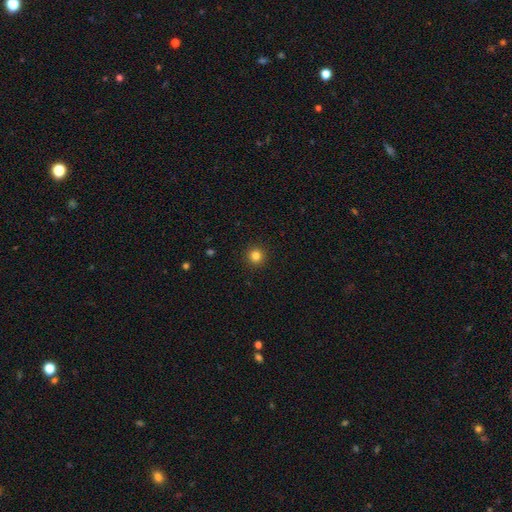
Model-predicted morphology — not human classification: smooth 83%, star or artifact 12%, featured or disk 5%. Down the decision tree: how rounded — round (94%); merging — none (93%).